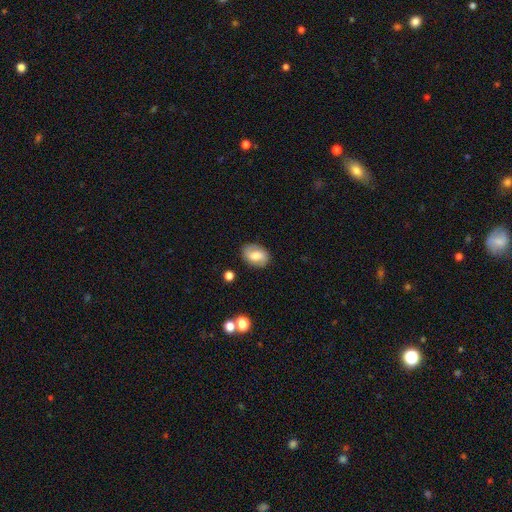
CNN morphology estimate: Smooth or featured? Predicted: smooth (p=0.54). How rounded? Predicted: in between (p=0.78). Merging? Predicted: none (p=0.81).